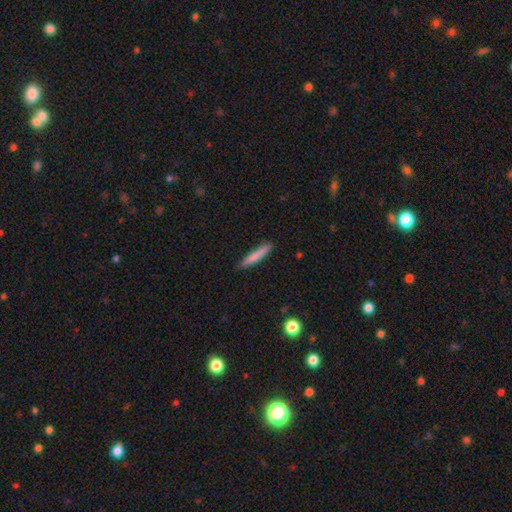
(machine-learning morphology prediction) A smooth galaxy with no disk features (80%) that is cigar-shaped (92%). Merging: none (87%).